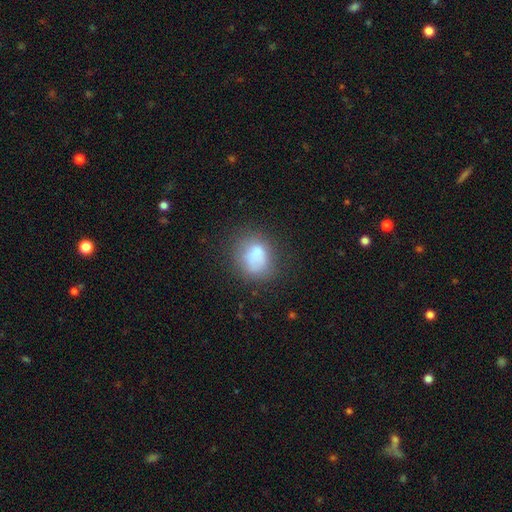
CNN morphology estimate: The model was most divided on "how rounded": round: 62%, in between: 37%, cigar-shaped: 1%. More confident: smooth or featured — smooth (73%); merging — none (53%).